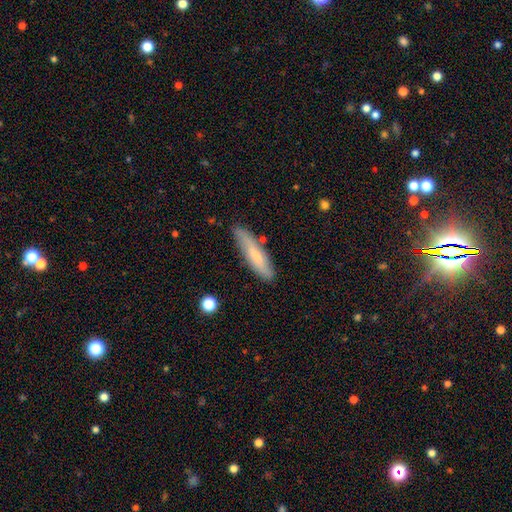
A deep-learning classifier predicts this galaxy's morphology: Smooth or featured? Predicted: smooth (p=0.61). How rounded? Predicted: cigar-shaped (p=0.76). Merging? Predicted: none (p=0.78).